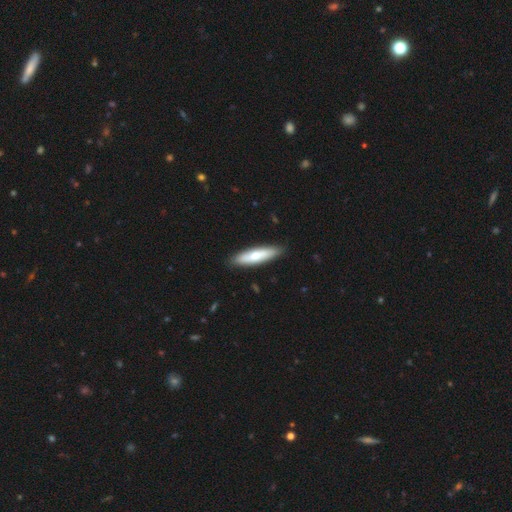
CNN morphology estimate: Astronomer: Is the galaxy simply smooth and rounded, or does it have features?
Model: smooth — 64%.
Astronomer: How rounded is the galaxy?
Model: cigar-shaped — 68%.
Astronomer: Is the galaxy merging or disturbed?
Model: none — 89%.